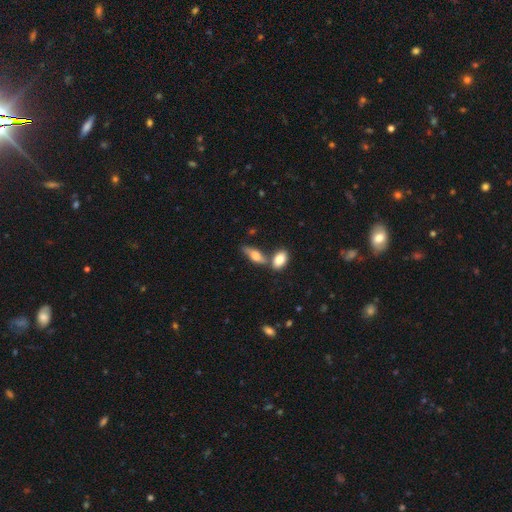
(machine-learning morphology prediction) A smooth galaxy with no disk features (67%) that is in between round and cigar-shaped (71%). Merging: none (50%).